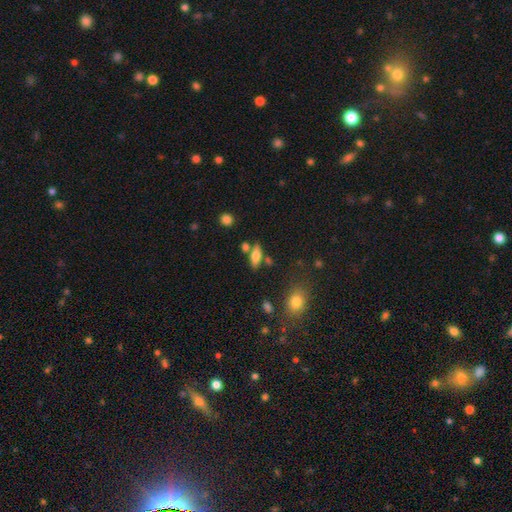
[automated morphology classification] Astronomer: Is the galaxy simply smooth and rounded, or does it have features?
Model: smooth — 65%.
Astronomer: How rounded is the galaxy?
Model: in between — 61%.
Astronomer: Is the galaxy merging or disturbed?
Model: none — 69%.